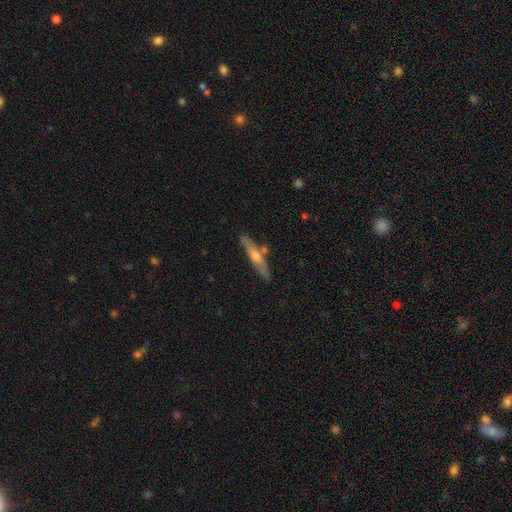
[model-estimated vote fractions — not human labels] smooth-or-featured: featured or disk: 59% | smooth: 35% | star or artifact: 6%
  disk-edge-on: yes: 91% | no: 9%
    edge-on-bulge: rounded: 81% | none: 14% | boxy: 5%
  merging: none: 81% | minor disturbance: 11% | merger: 5% | major disturbance: 2%